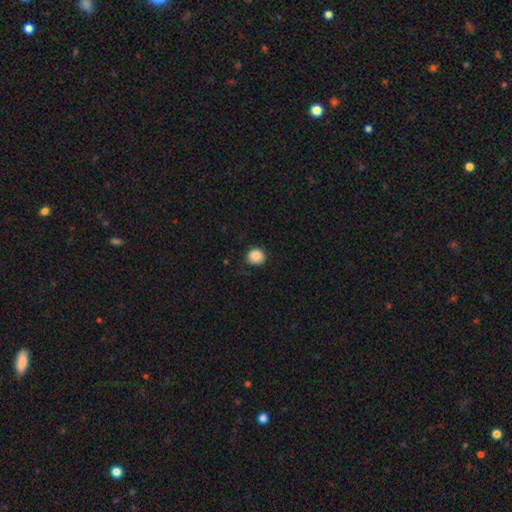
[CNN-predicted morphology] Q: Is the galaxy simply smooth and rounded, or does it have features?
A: smooth — 87%.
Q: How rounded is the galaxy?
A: round — 89%.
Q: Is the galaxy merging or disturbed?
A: none — 83%.